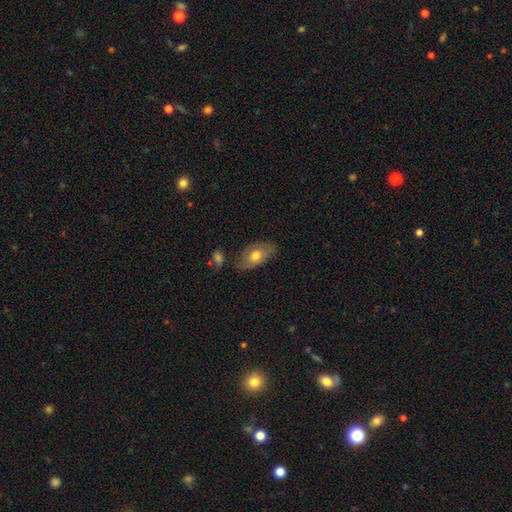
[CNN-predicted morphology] The model was most divided on "smooth or featured": smooth: 66%, featured or disk: 27%, star or artifact: 7%. More confident: how rounded — in between (90%); merging — none (71%).